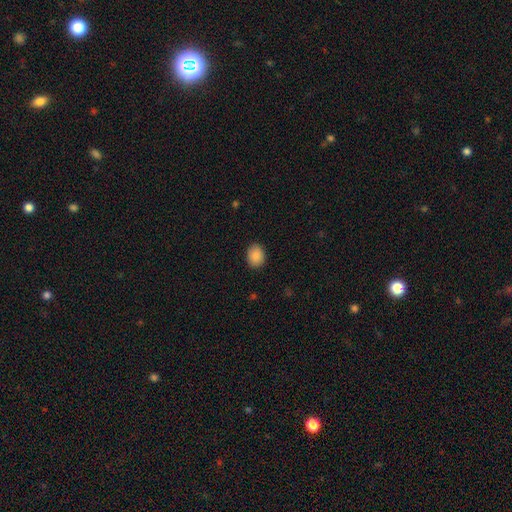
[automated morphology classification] The model was most divided on "how rounded": in between: 55%, round: 44%, cigar-shaped: 1%. More confident: merging — none (89%); smooth or featured — smooth (89%).